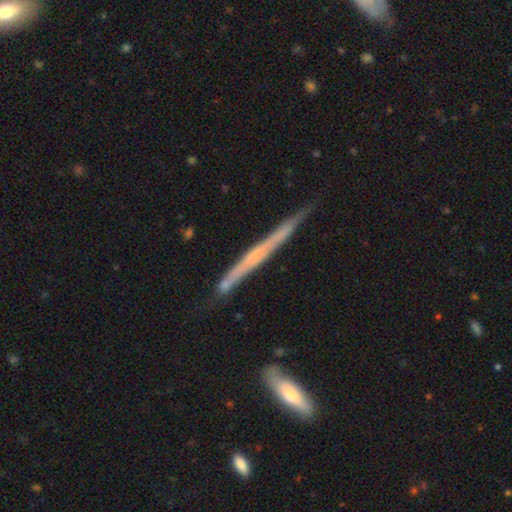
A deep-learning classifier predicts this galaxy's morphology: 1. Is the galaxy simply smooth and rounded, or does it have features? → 67% featured or disk, 27% smooth, 6% star or artifact.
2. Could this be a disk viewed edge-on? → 97% yes, 3% no.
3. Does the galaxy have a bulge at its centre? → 65% none, 26% rounded, 8% boxy.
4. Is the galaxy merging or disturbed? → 78% none, 17% minor disturbance, 3% merger, 3% major disturbance.